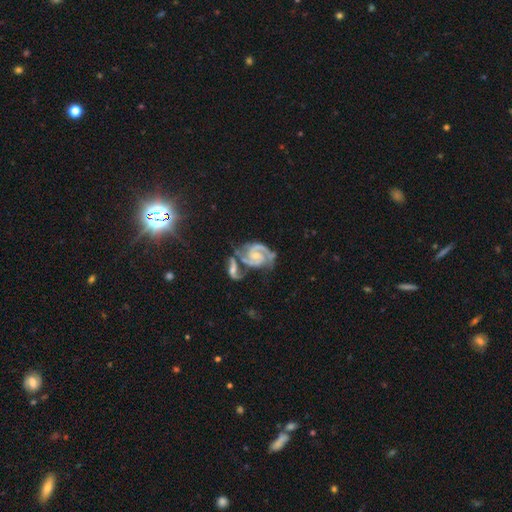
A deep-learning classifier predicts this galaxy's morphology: Smooth or featured: featured or disk — 92% (star or artifact — 4%)
Edge-on disk: no — 98% (yes — 2%)
Bar: no — 54% (weak — 34%)
Spiral arms: yes — 98% (no — 2%)
Spiral winding: medium — 47% (tight — 44%)
Spiral arm count: 2 — 82% (3 — 9%)
Bulge size: small — 56% (moderate — 39%)
Merging: merger — 41% (none — 33%)